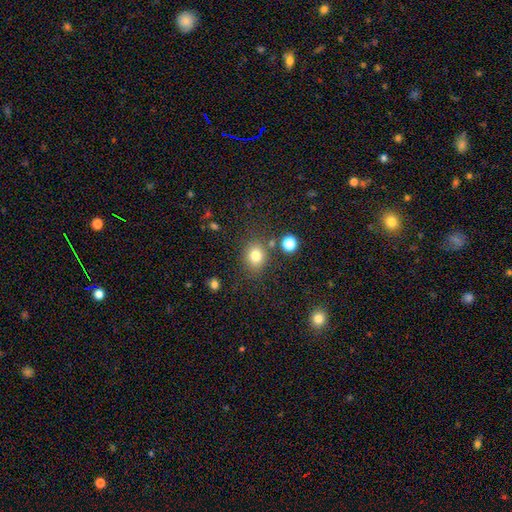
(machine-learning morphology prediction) Q: Smooth or featured?
A: smooth (79%); runner-up: star or artifact (13%)
Q: How rounded?
A: round (70%); runner-up: in between (29%)
Q: Merging?
A: none (76%); runner-up: minor disturbance (12%)